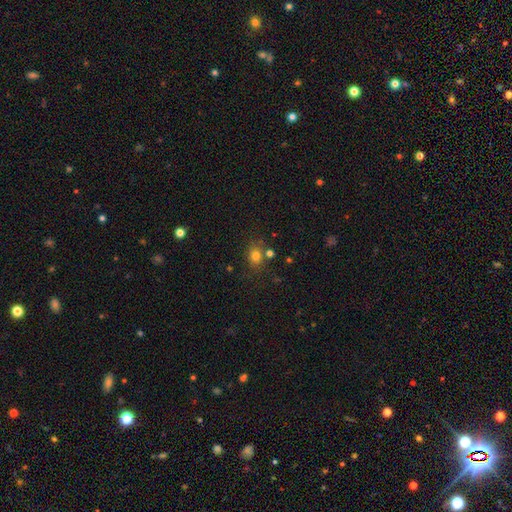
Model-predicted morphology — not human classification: Smooth or featured? Predicted: smooth (p=0.77). How rounded? Predicted: round (p=0.58). Merging? Predicted: none (p=0.72).